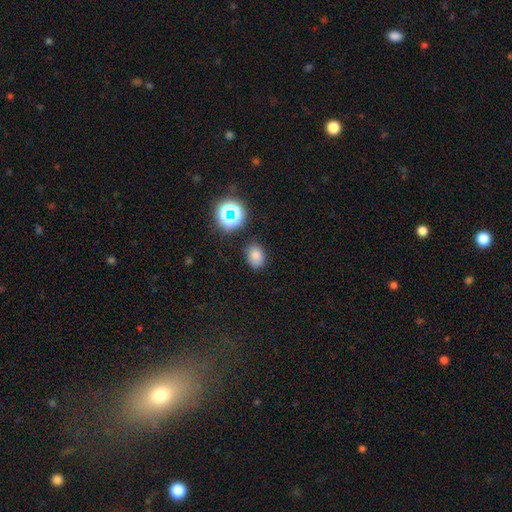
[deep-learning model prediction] A smooth galaxy with no disk features (77%) that is in between round and cigar-shaped (69%).

Vote fractions:
- Smooth or featured? smooth: 77% / star or artifact: 17% / featured or disk: 6%
- How rounded? in between: 69% / round: 30% / cigar-shaped: 1%
- Merging? none: 80% / minor disturbance: 14% / major disturbance: 4% / merger: 3%